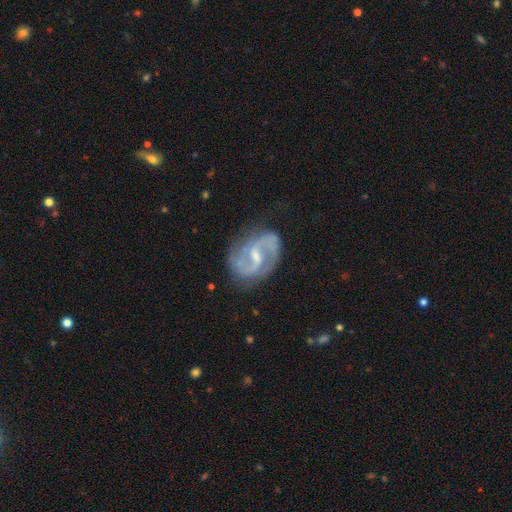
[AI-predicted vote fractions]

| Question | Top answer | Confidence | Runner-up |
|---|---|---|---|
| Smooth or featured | featured or disk | 89% | smooth (6%) |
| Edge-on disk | no | 98% | yes (2%) |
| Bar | weak | 58% | strong (24%) |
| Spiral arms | yes | 97% | no (3%) |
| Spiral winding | medium | 57% | loose (23%) |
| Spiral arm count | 2 | 91% | can't tell (3%) |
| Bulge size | small | 47% | moderate (38%) |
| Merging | none | 75% | minor disturbance (17%) |